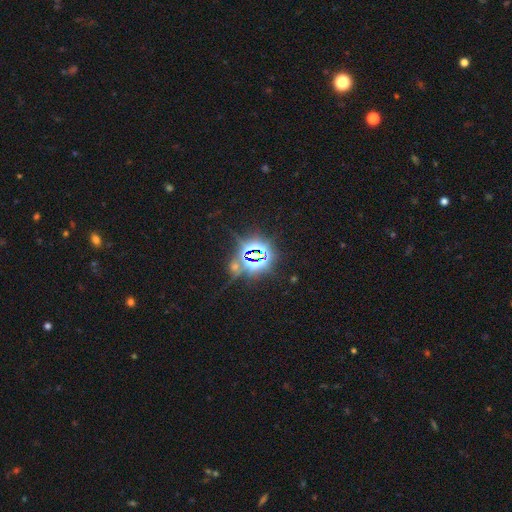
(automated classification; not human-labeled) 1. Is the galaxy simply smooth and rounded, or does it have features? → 82% star or artifact, 10% smooth, 8% featured or disk.